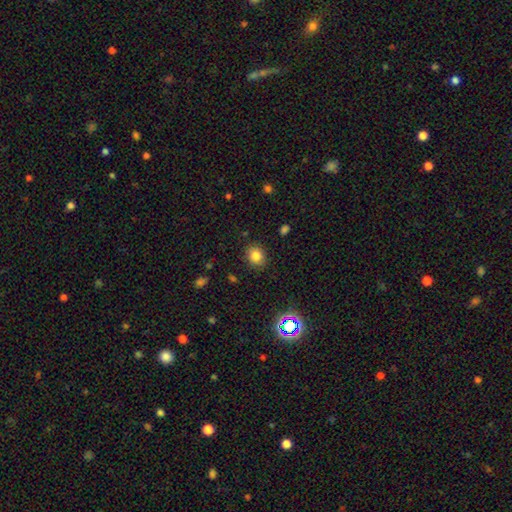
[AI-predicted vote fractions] Smooth or featured? Predicted: smooth (p=0.81). How rounded? Predicted: round (p=0.70). Merging? Predicted: none (p=0.88).